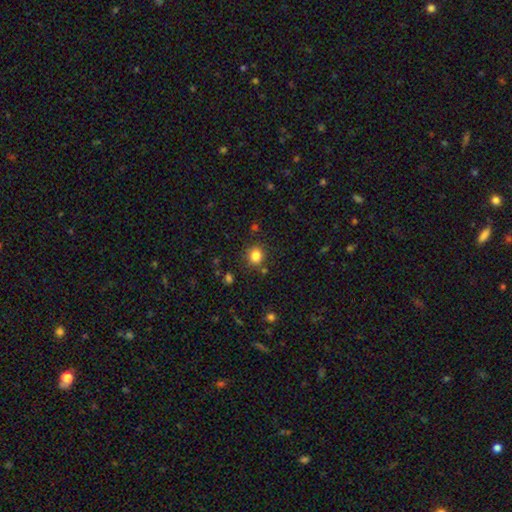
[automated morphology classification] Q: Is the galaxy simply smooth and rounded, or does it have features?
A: smooth — 83%.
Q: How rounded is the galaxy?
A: round — 73%.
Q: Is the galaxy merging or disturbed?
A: none — 82%.